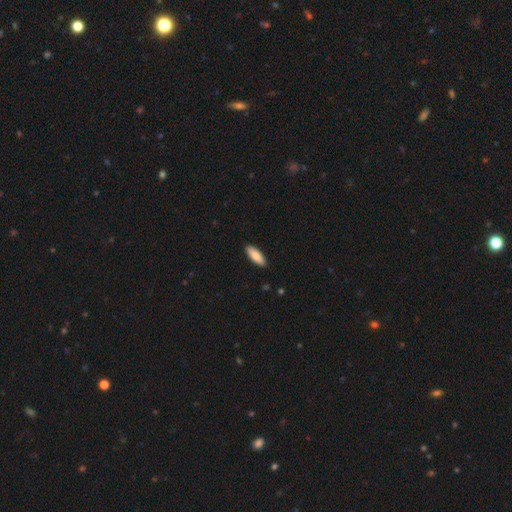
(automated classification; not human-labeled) The model was most divided on "how rounded": in between: 64%, cigar-shaped: 34%, round: 2%. More confident: merging — none (90%); smooth or featured — smooth (87%).